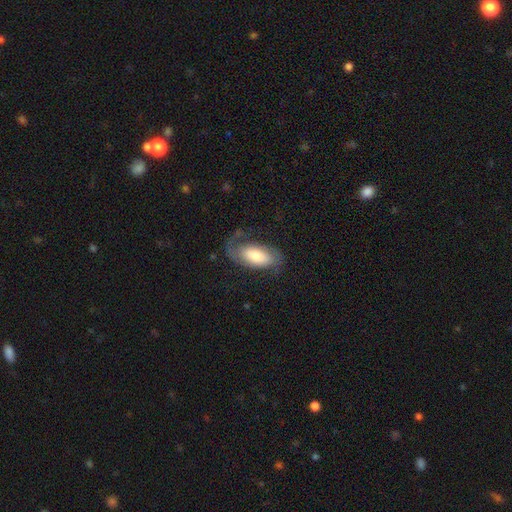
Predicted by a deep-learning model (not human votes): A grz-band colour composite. It shows a featured or disk galaxy (54%) with no bar (60%), spiral arms (83%) and a moderate central bulge (49%). Merging: none (53%).